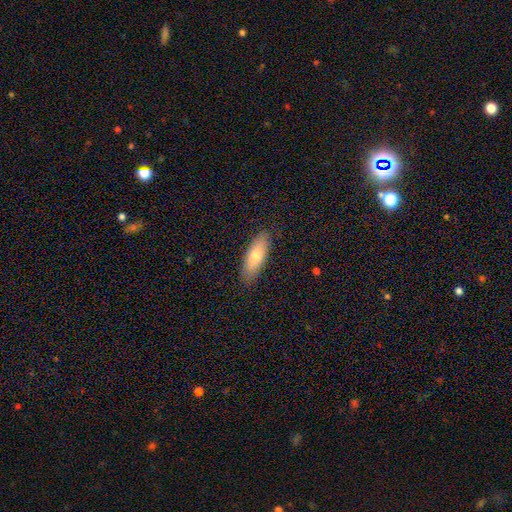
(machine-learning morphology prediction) Smooth or featured? smooth (72%)
How rounded? in between (67%)
Merging? none (87%)